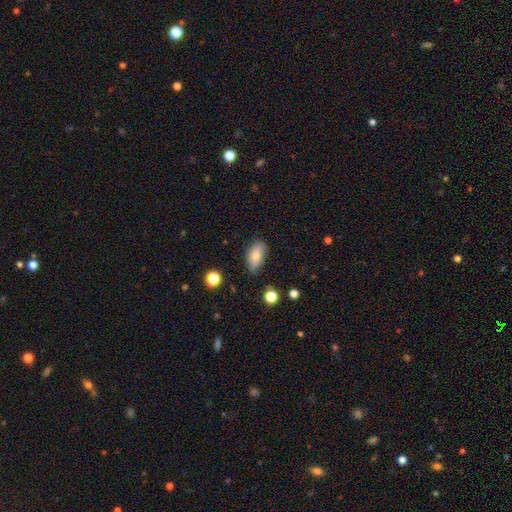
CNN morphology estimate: type=smooth (80%); roundness=in between (91%); merging=none (74%).